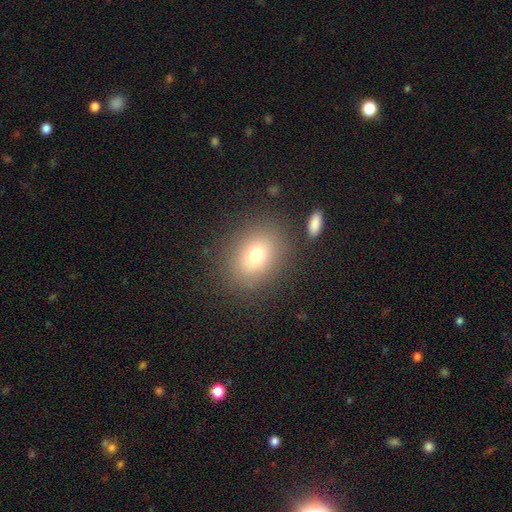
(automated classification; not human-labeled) The model was most divided on "how rounded": round: 54%, in between: 45%, cigar-shaped: 1%. More confident: merging — none (83%); smooth or featured — smooth (73%).